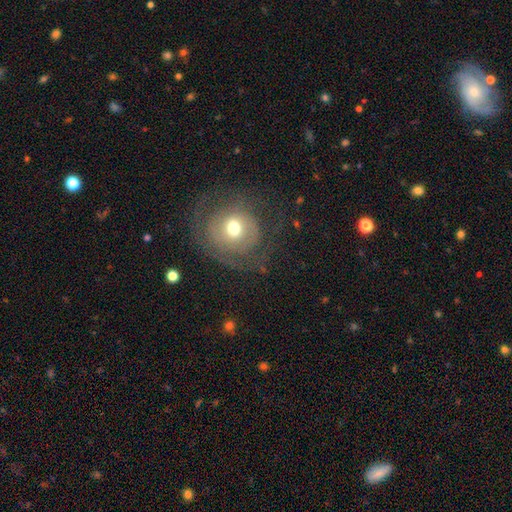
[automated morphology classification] Q: Smooth or featured?
A: featured or disk (52%); runner-up: smooth (33%)
Q: Edge-on disk?
A: no (95%); runner-up: yes (5%)
Q: Merging?
A: none (75%); runner-up: minor disturbance (13%)